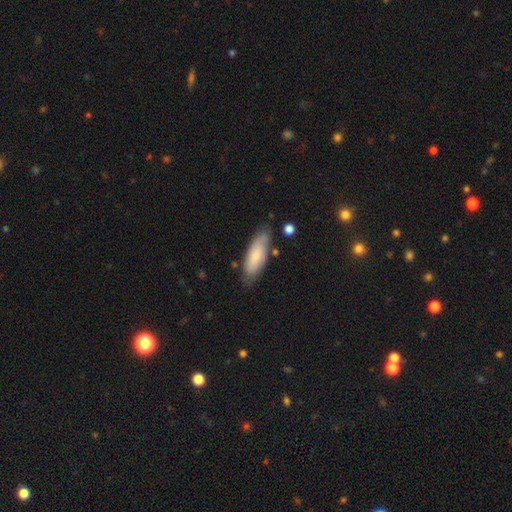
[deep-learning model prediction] smooth 69%, featured or disk 25%, star or artifact 6%. Down the decision tree: how rounded — in between (66%); merging — none (72%).